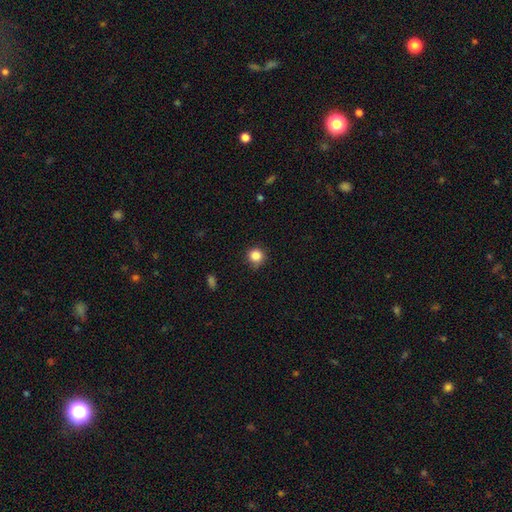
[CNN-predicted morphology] A smooth galaxy with no disk features (84%) that is round (93%). Merging: none (80%).